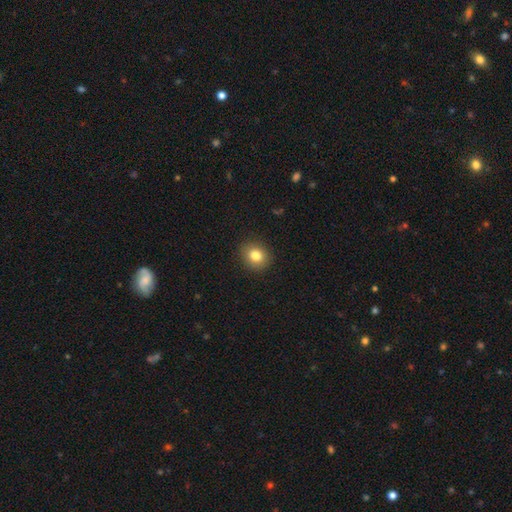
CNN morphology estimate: type=smooth (82%); roundness=round (72%); merging=none (89%).